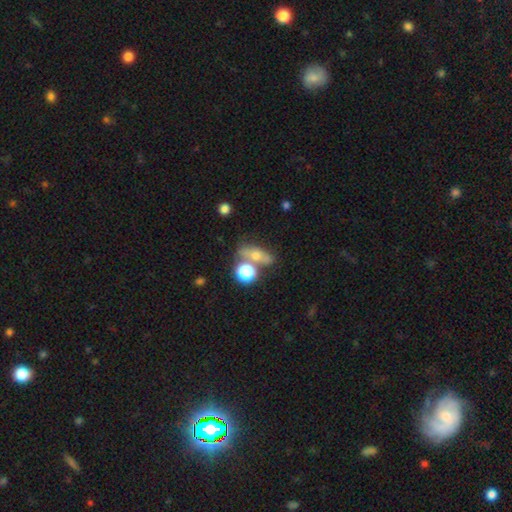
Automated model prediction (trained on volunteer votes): smooth_or_featured: smooth (p=0.56) [alt: featured or disk p=0.29]
how_rounded: in between (p=0.46) [alt: round p=0.32]
merging: none (p=0.55) [alt: merger p=0.25]